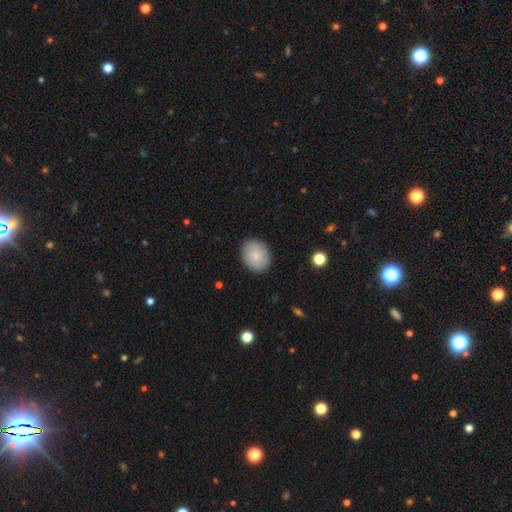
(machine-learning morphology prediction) A smooth galaxy with no disk features (83%) that is round (53%).

Vote fractions:
- Smooth or featured? smooth: 83% / featured or disk: 10% / star or artifact: 7%
- How rounded? round: 53% / in between: 46% / cigar-shaped: 1%
- Merging? none: 87% / minor disturbance: 9% / major disturbance: 2% / merger: 1%